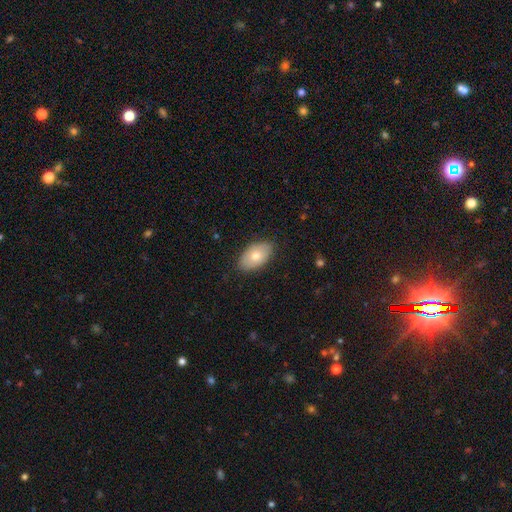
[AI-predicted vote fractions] Smooth or featured?
  - smooth: 72% *
  - featured or disk: 22%
  - star or artifact: 6%
How rounded?
  - in between: 93% *
  - round: 6%
  - cigar-shaped: 1%
Merging?
  - none: 84% *
  - minor disturbance: 13%
  - major disturbance: 2%
  - merger: 1%